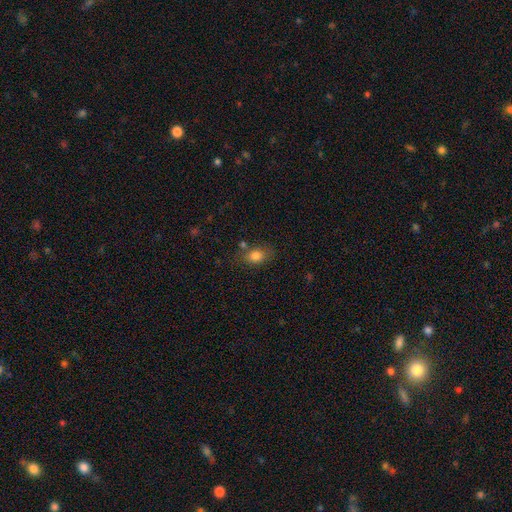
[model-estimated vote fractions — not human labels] Morphology: type=smooth (80%); roundness=in between (73%); merging=none (69%).